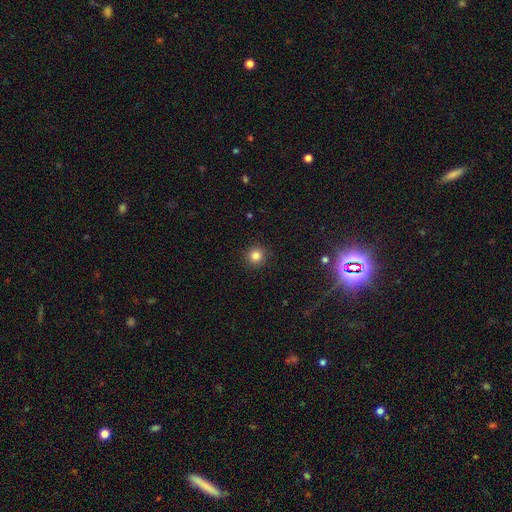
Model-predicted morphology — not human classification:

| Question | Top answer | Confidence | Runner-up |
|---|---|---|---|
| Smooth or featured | smooth | 83% | star or artifact (12%) |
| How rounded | round | 95% | in between (4%) |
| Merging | none | 92% | minor disturbance (5%) |